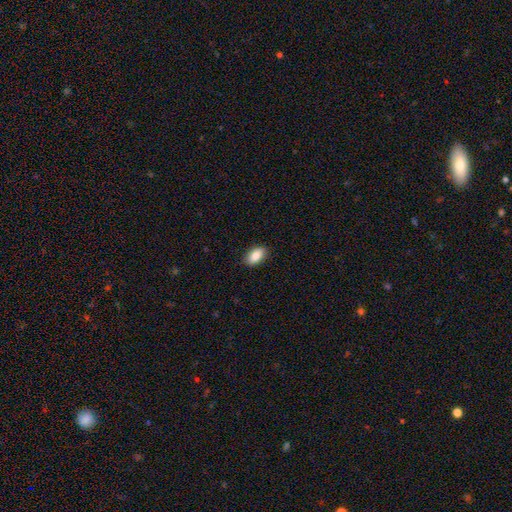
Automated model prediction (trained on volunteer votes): A smooth galaxy with no disk features (88%) that is in between round and cigar-shaped (91%). Merging: none (88%).